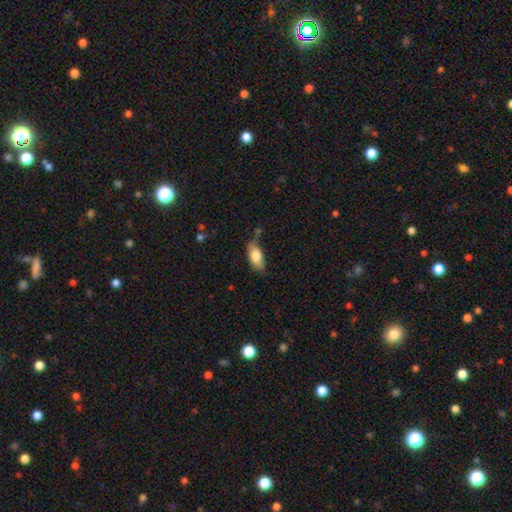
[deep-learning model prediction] The model was most divided on "merging": none: 60%, minor disturbance: 28%, major disturbance: 7%, merger: 6%. More confident: how rounded — in between (89%); smooth or featured — smooth (80%).